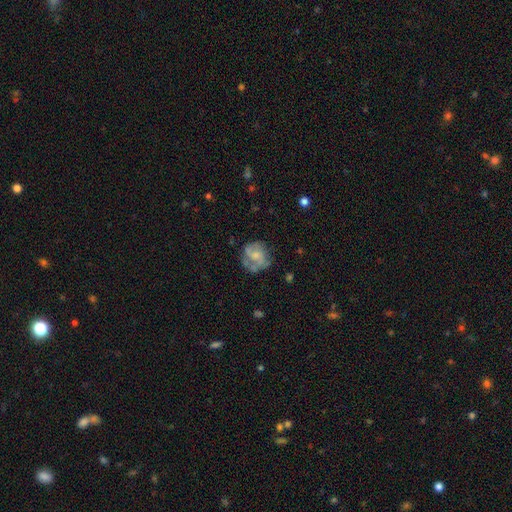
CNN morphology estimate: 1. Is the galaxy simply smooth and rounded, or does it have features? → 58% featured or disk, 34% smooth, 8% star or artifact.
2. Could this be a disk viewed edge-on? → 98% no, 2% yes.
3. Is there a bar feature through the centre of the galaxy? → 68% no, 27% weak, 5% strong.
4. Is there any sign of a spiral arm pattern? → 69% yes, 31% no.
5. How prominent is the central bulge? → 40% small, 35% moderate, 19% none, 5% large, 1% dominant.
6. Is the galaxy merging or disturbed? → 58% none, 23% minor disturbance, 16% major disturbance, 3% merger.